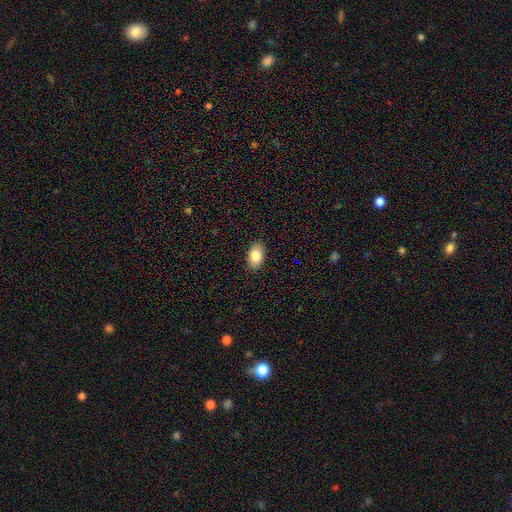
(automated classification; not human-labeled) Smooth or featured?
  - smooth: 83% *
  - featured or disk: 10%
  - star or artifact: 7%
How rounded?
  - in between: 91% *
  - round: 8%
  - cigar-shaped: 1%
Merging?
  - none: 89% *
  - minor disturbance: 8%
  - major disturbance: 2%
  - merger: 1%